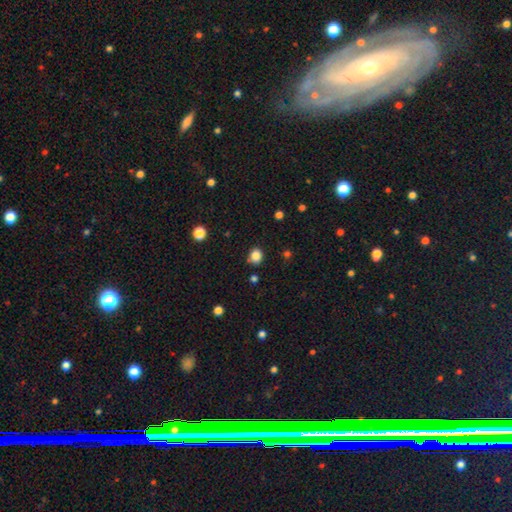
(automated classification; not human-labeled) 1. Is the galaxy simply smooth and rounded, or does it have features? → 84% smooth, 12% star or artifact, 4% featured or disk.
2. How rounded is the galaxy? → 68% round, 31% in between, 1% cigar-shaped.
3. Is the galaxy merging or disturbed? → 82% none, 12% minor disturbance, 3% merger, 3% major disturbance.